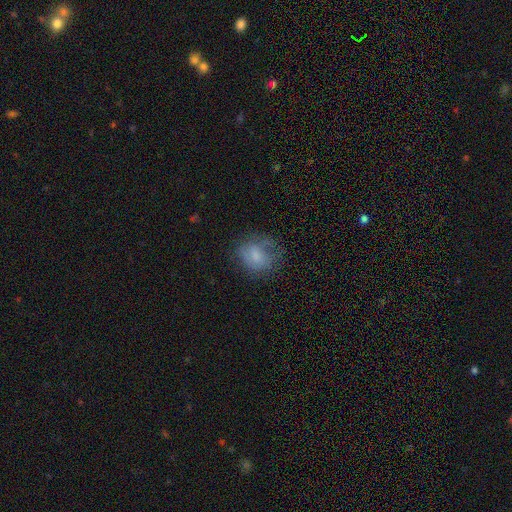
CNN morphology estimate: smooth-or-featured: smooth: 69% | featured or disk: 21% | star or artifact: 10%
  how-rounded: round: 60% | in between: 39% | cigar-shaped: 1%
  merging: none: 55% | minor disturbance: 26% | major disturbance: 18% | merger: 2%